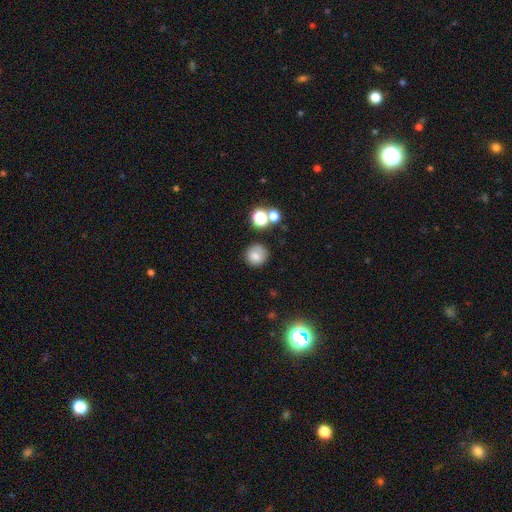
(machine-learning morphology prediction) This is likely a smooth galaxy (78%). How rounded: clearly round (89%). Merging: likely none (74%).